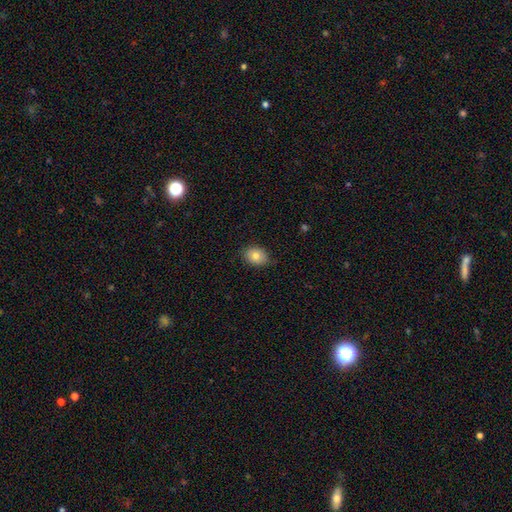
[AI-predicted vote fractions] Smooth or featured: smooth — 80% (featured or disk — 11%)
How rounded: in between — 60% (round — 39%)
Merging: none — 84% (minor disturbance — 13%)